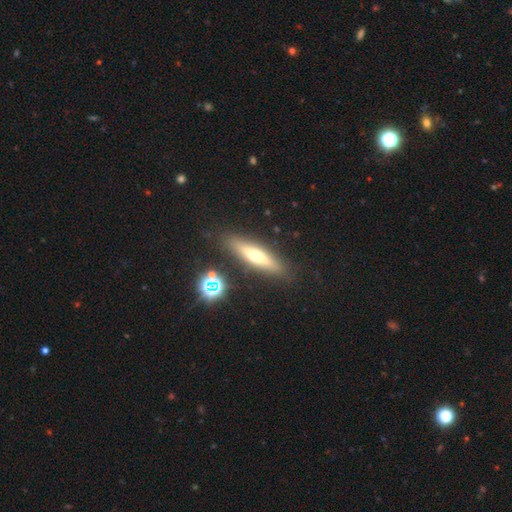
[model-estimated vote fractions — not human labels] Smooth or featured?
  - smooth: 48% *
  - featured or disk: 42%
  - star or artifact: 10%
Merging?
  - none: 86% *
  - minor disturbance: 9%
  - merger: 3%
  - major disturbance: 3%